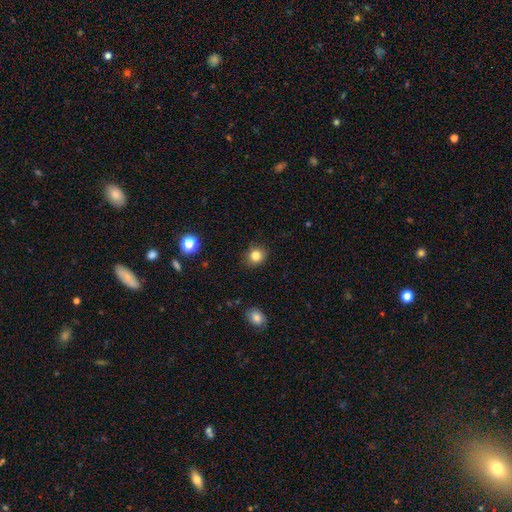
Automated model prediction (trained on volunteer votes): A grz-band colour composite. It shows a smooth galaxy with no disk features (83%) that is round (81%). Merging: none (86%).